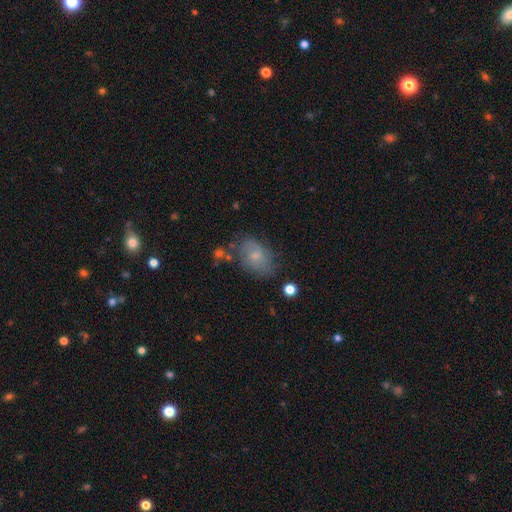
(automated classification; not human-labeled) Smooth or featured? smooth (47%)
Merging? none (59%)